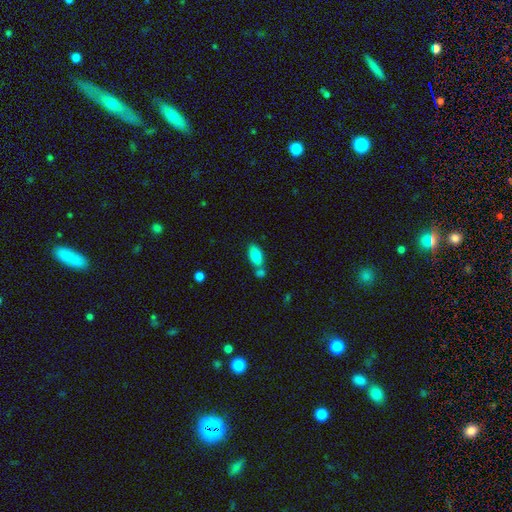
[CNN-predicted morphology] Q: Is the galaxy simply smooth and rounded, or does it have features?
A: smooth — 81%.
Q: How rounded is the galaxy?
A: in between — 89%.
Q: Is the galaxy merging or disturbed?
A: none — 57%.